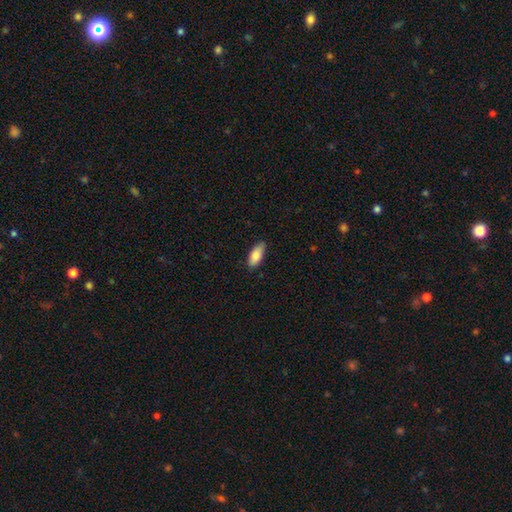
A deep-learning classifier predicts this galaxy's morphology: Smooth or featured? Predicted: smooth (p=0.85). How rounded? Predicted: in between (p=0.85). Merging? Predicted: none (p=0.79).